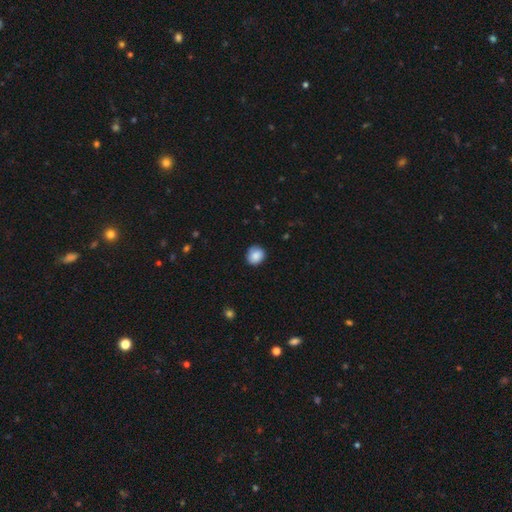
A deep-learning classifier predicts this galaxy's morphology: A smooth galaxy with no disk features (87%) that is round (75%). Merging: none (81%).